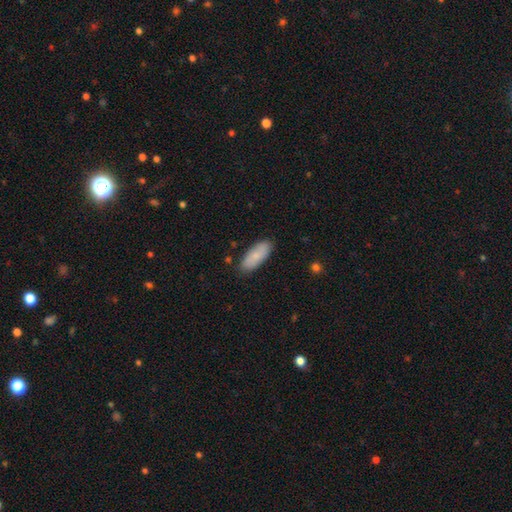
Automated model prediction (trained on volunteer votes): smooth-or-featured: smooth: 81% | featured or disk: 13% | star or artifact: 6%
  how-rounded: in between: 79% | cigar-shaped: 19% | round: 2%
  merging: none: 85% | minor disturbance: 11% | major disturbance: 2% | merger: 2%